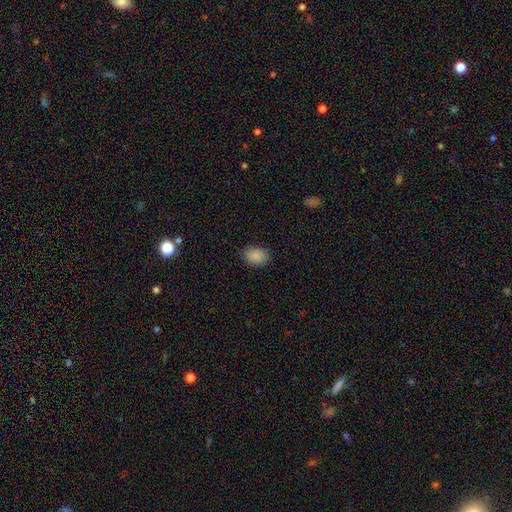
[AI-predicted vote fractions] Smooth or featured?
  - smooth: 89% *
  - star or artifact: 8%
  - featured or disk: 4%
How rounded?
  - in between: 79% *
  - round: 20%
  - cigar-shaped: 1%
Merging?
  - none: 86% *
  - minor disturbance: 11%
  - major disturbance: 3%
  - merger: 1%